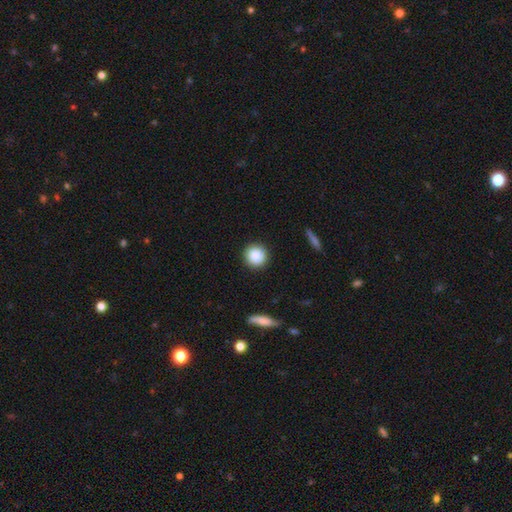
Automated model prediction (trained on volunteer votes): Q: Smooth or featured?
A: smooth (86%); runner-up: star or artifact (9%)
Q: How rounded?
A: round (93%); runner-up: in between (6%)
Q: Merging?
A: none (91%); runner-up: minor disturbance (6%)